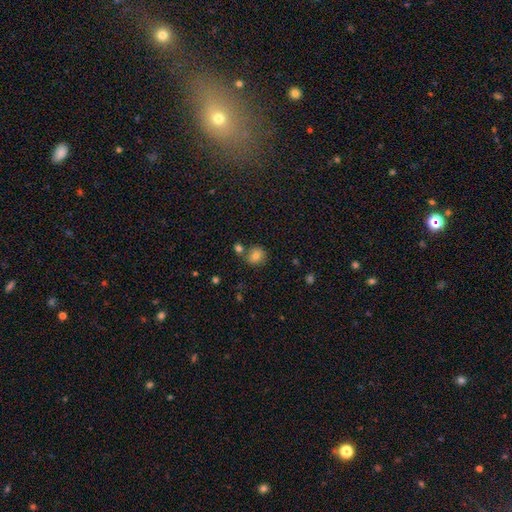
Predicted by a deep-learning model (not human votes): Smooth or featured? Predicted: smooth (p=0.79). How rounded? Predicted: round (p=0.82). Merging? Predicted: none (p=0.71).